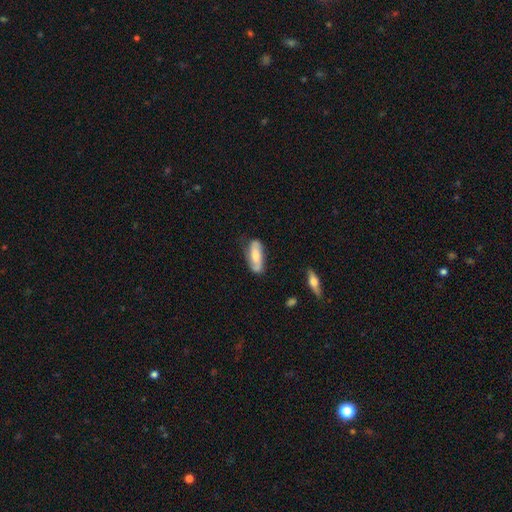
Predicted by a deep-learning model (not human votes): Smooth or featured? Predicted: smooth (p=0.56). How rounded? Predicted: in between (p=0.72). Merging? Predicted: none (p=0.66).